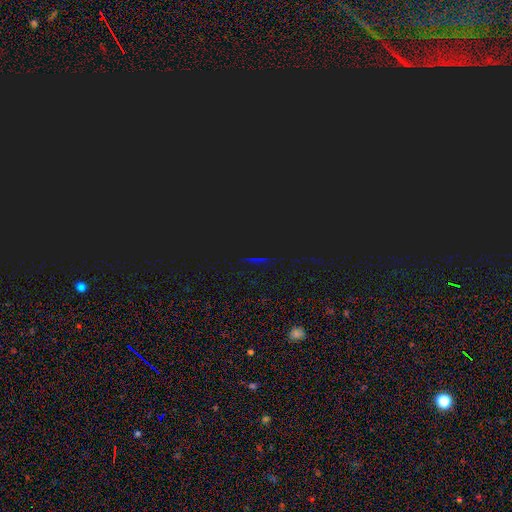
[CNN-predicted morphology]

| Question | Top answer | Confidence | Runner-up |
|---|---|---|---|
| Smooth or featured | star or artifact | 78% | smooth (12%) |